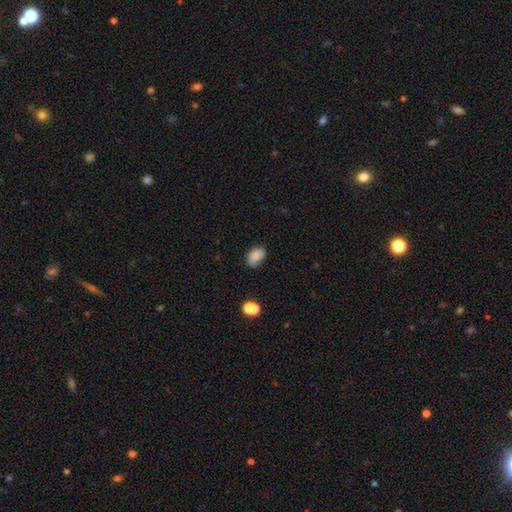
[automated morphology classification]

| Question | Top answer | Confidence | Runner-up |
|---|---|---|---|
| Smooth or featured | smooth | 81% | star or artifact (10%) |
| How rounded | in between | 78% | round (21%) |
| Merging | none | 65% | minor disturbance (26%) |